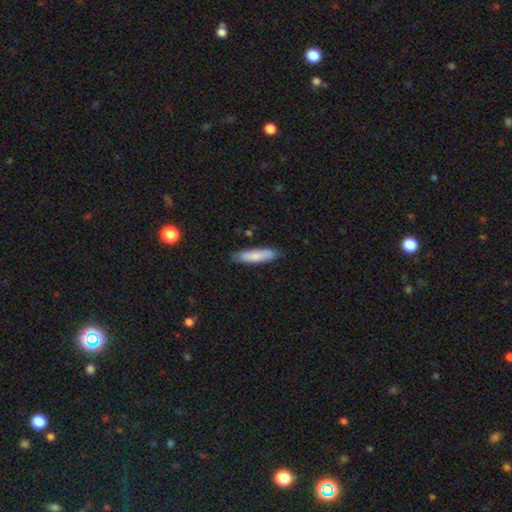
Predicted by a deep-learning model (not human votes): Smooth or featured? Predicted: smooth (p=0.81). How rounded? Predicted: cigar-shaped (p=0.73). Merging? Predicted: none (p=0.83).